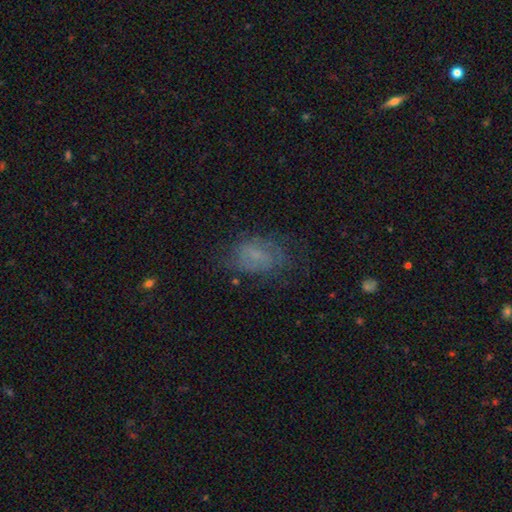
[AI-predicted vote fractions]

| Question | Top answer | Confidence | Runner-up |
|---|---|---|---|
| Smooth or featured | smooth | 48% | featured or disk (37%) |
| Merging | none | 59% | minor disturbance (23%) |